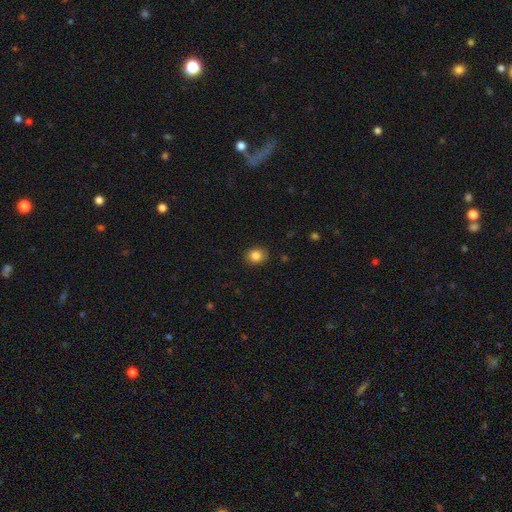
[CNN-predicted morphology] Smooth or featured? Predicted: smooth (p=0.85). How rounded? Predicted: round (p=0.69). Merging? Predicted: none (p=0.89).